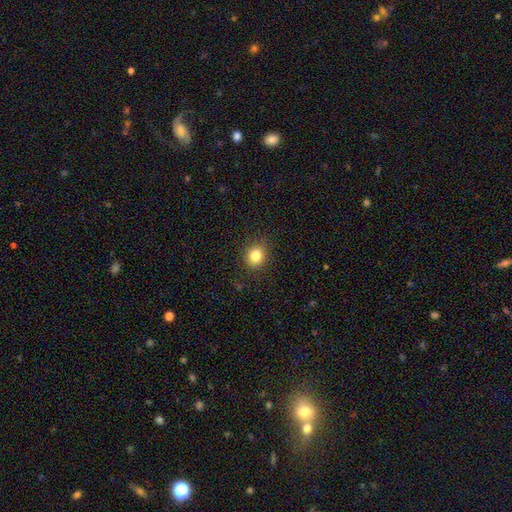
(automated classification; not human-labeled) This is clearly a smooth galaxy (83%). How rounded: likely round (78%). Merging: clearly none (88%).